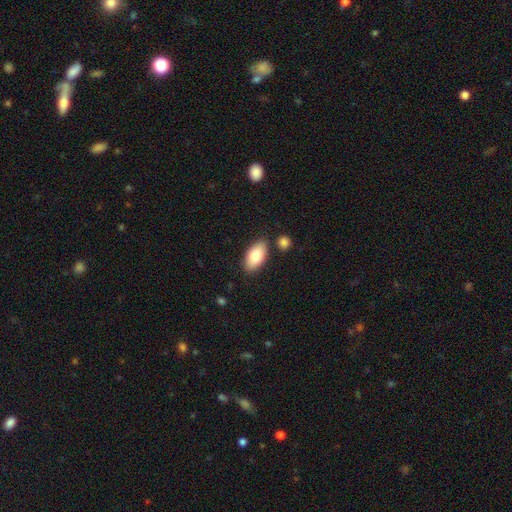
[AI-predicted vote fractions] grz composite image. It shows a smooth galaxy with no disk features (80%) that is in between round and cigar-shaped (93%). Merging: none (83%).